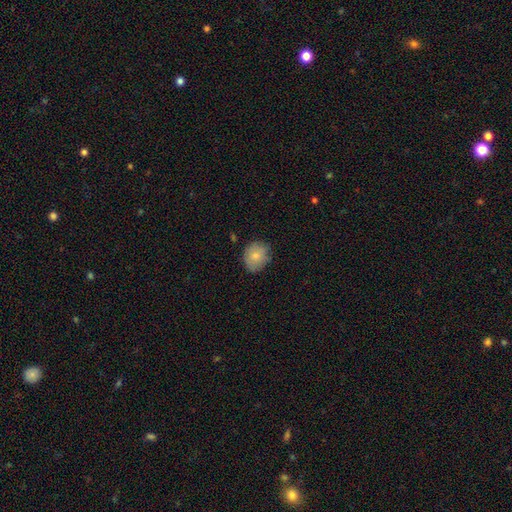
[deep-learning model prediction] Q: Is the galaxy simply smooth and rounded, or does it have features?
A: smooth — 81%.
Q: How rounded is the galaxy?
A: round — 62%.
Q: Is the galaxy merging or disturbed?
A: none — 74%.